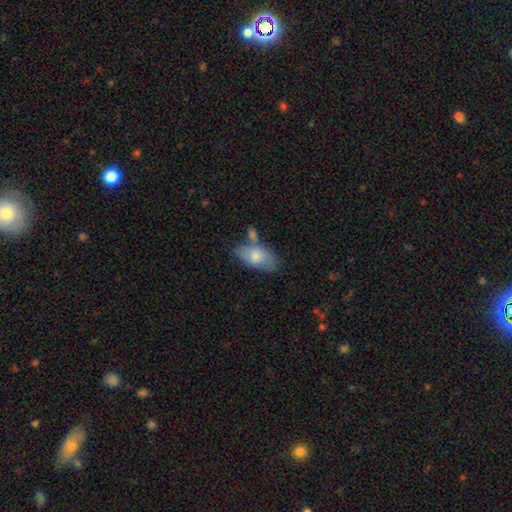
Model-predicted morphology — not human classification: Smooth or featured?
  - smooth: 74% *
  - featured or disk: 20%
  - star or artifact: 6%
How rounded?
  - in between: 92% *
  - round: 4%
  - cigar-shaped: 4%
Merging?
  - none: 51% *
  - merger: 22%
  - minor disturbance: 21%
  - major disturbance: 7%